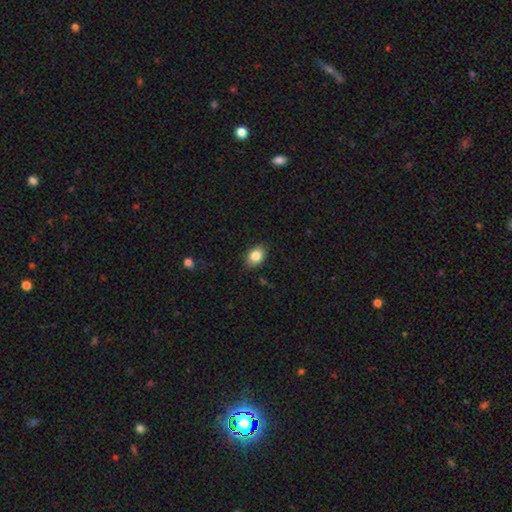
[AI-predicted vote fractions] smooth 84%, star or artifact 9%, featured or disk 7%. Down the decision tree: how rounded — in between (70%); merging — none (85%).